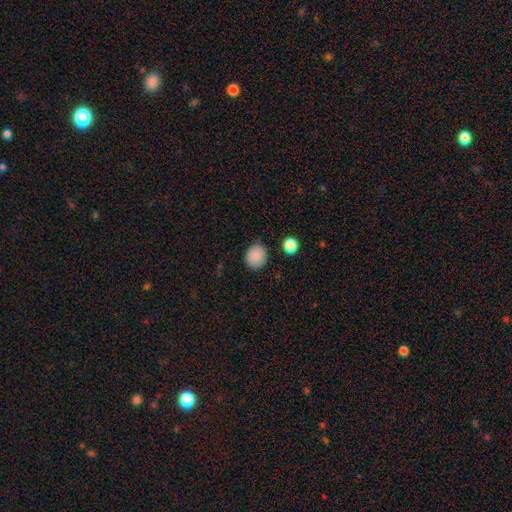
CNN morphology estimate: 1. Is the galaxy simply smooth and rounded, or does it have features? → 87% smooth, 9% star or artifact, 4% featured or disk.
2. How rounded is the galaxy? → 72% round, 27% in between, 1% cigar-shaped.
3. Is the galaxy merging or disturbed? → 85% none, 11% minor disturbance, 3% major disturbance, 2% merger.